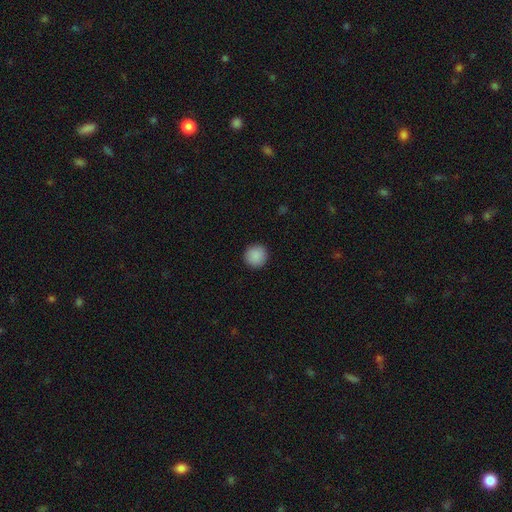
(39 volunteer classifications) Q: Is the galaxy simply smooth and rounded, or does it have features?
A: smooth — 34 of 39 (87%).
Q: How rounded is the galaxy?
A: round — 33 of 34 (97%).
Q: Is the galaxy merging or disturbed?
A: none — 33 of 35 (94%).